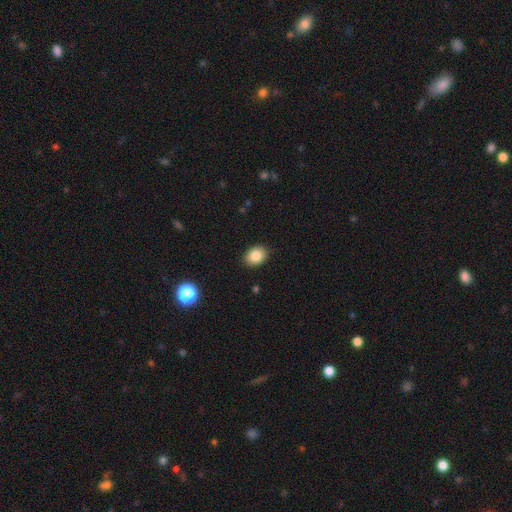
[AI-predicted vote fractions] This is clearly a smooth galaxy (85%). How rounded: likely in between (67%). Merging: clearly none (89%).